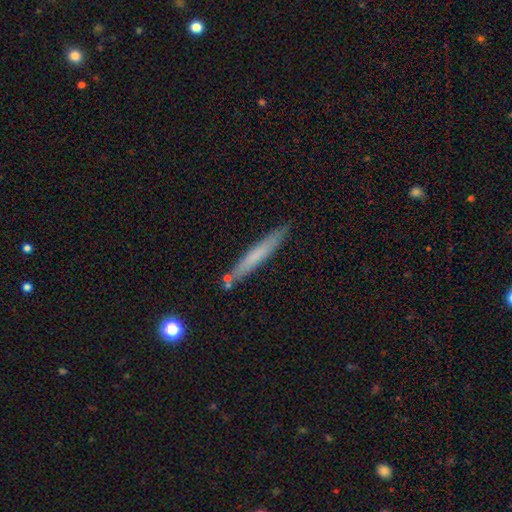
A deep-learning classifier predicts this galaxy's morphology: Q: Smooth or featured?
A: smooth (64%); runner-up: featured or disk (30%)
Q: How rounded?
A: cigar-shaped (95%); runner-up: in between (3%)
Q: Merging?
A: none (82%); runner-up: minor disturbance (11%)